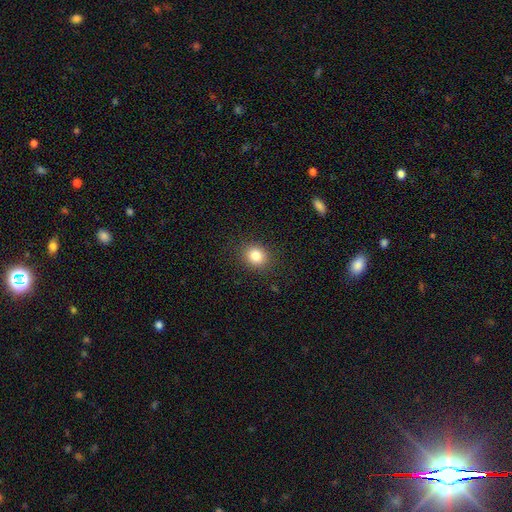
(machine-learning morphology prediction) A smooth galaxy with no disk features (83%) that is round (75%).

Vote fractions:
- Smooth or featured? smooth: 83% / star or artifact: 11% / featured or disk: 6%
- How rounded? round: 75% / in between: 25% / cigar-shaped: 1%
- Merging? none: 89% / minor disturbance: 8% / major disturbance: 3% / merger: 1%